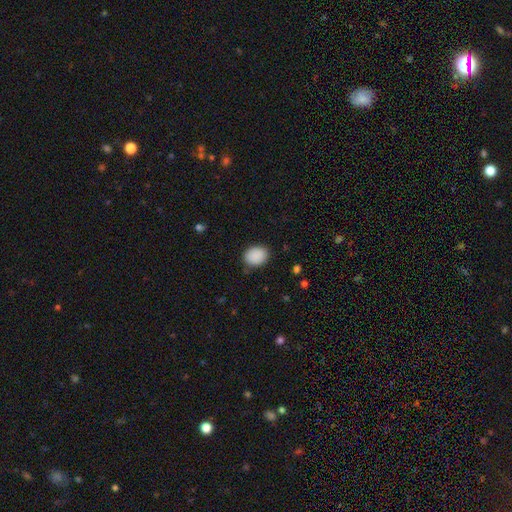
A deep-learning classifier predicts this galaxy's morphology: The model was most divided on "how rounded": in between: 55%, round: 44%, cigar-shaped: 1%. More confident: smooth or featured — smooth (89%); merging — none (85%).